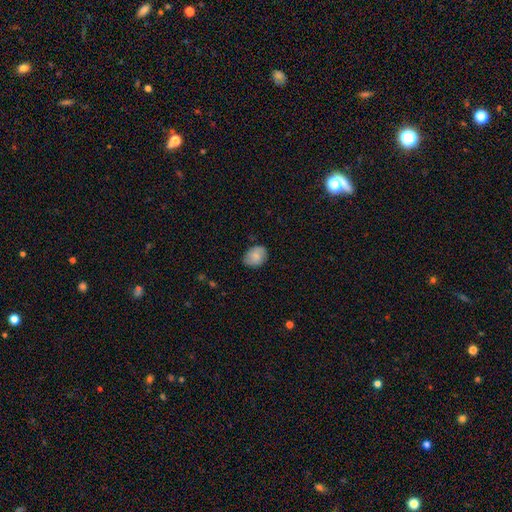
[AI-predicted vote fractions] Morphology: type=smooth (78%); roundness=in between (61%); merging=none (78%).